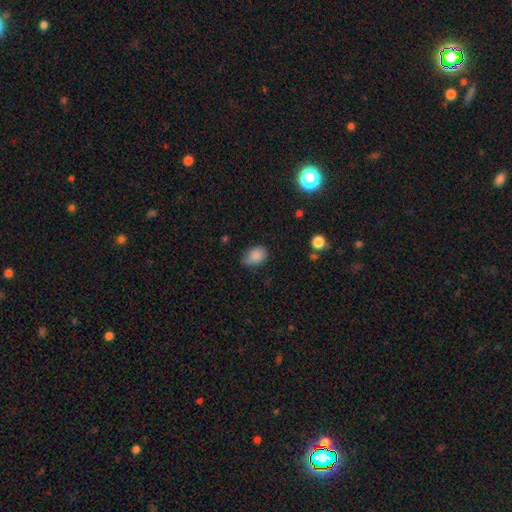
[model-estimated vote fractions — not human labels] This is clearly a smooth galaxy (87%). How rounded: likely in between (79%). Merging: likely none (69%).